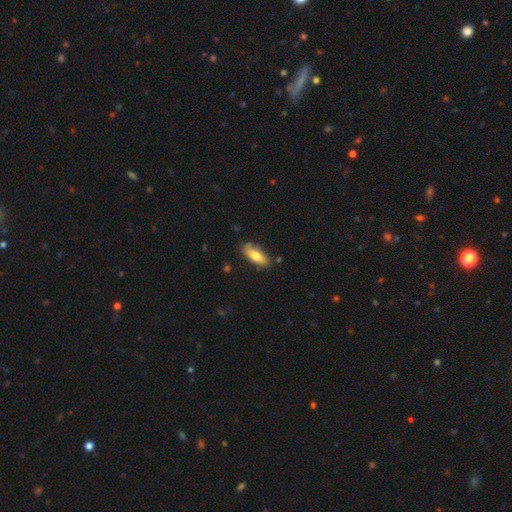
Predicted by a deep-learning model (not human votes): Q: Smooth or featured?
A: smooth (71%); runner-up: featured or disk (23%)
Q: How rounded?
A: in between (78%); runner-up: cigar-shaped (20%)
Q: Merging?
A: none (74%); runner-up: minor disturbance (20%)